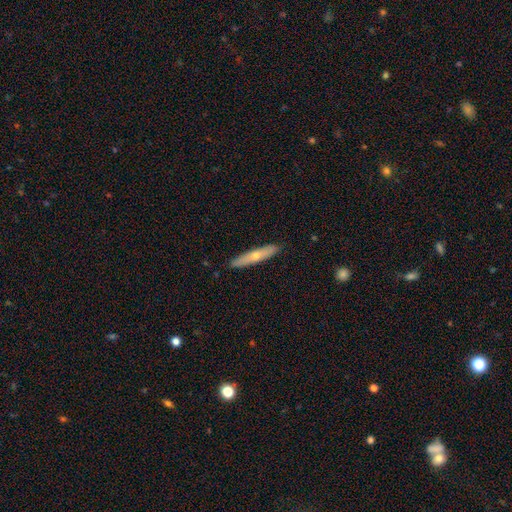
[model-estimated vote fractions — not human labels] Smooth or featured?
  - smooth: 53% *
  - featured or disk: 41%
  - star or artifact: 6%
How rounded?
  - cigar-shaped: 90% *
  - in between: 8%
  - round: 2%
Merging?
  - none: 89% *
  - minor disturbance: 8%
  - major disturbance: 2%
  - merger: 1%